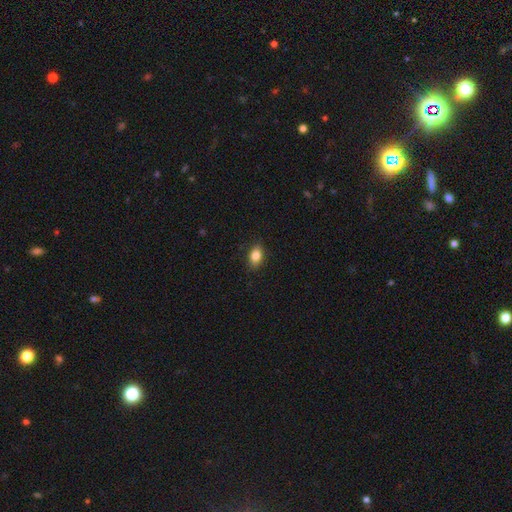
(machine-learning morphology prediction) Smooth or featured? Predicted: smooth (p=0.84). How rounded? Predicted: in between (p=0.84). Merging? Predicted: none (p=0.87).